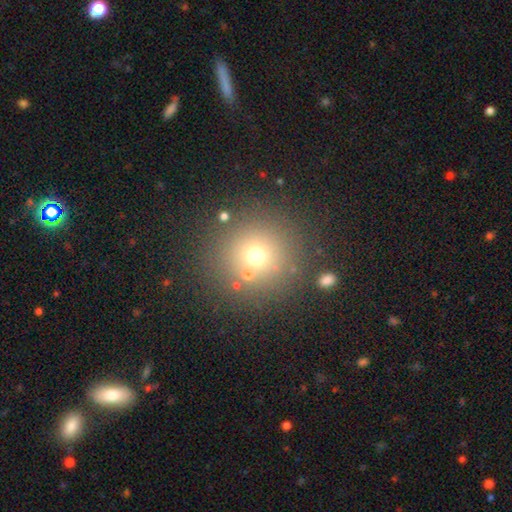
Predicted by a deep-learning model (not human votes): smooth_or_featured: smooth (p=0.67) [alt: star or artifact p=0.21]
how_rounded: round (p=0.94) [alt: in between p=0.05]
merging: none (p=0.81) [alt: minor disturbance p=0.08]